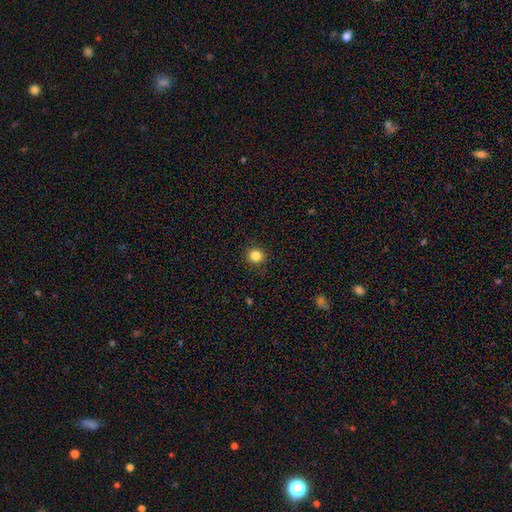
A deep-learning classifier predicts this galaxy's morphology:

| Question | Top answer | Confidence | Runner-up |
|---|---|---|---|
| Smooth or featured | smooth | 84% | star or artifact (11%) |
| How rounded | round | 88% | in between (11%) |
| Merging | none | 91% | minor disturbance (6%) |